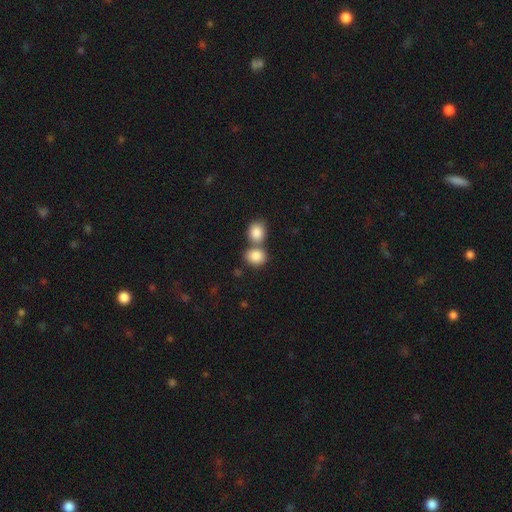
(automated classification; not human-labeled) smooth-or-featured: smooth: 86% | star or artifact: 8% | featured or disk: 6%
  how-rounded: round: 57% | in between: 42% | cigar-shaped: 1%
  merging: merger: 50% | none: 39% | minor disturbance: 8% | major disturbance: 3%